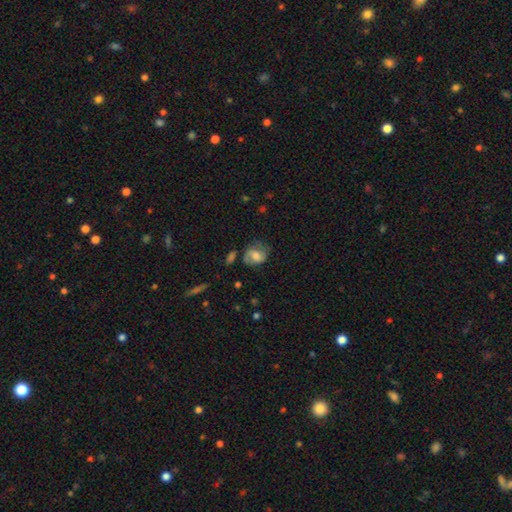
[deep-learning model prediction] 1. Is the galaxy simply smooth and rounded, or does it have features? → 49% smooth, 43% featured or disk, 8% star or artifact.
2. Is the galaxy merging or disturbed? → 55% none, 27% minor disturbance, 14% major disturbance, 5% merger.